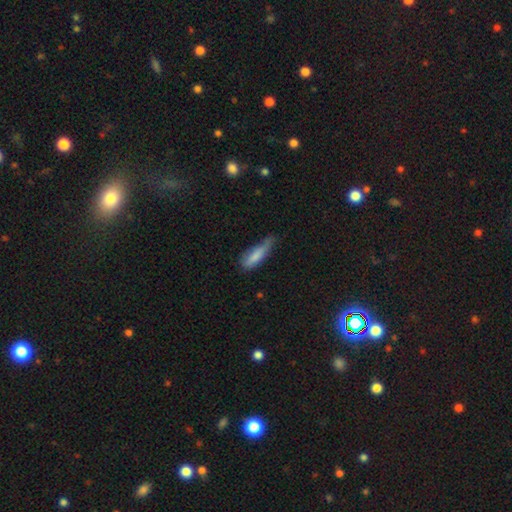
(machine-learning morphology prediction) smooth-or-featured: smooth: 77% | featured or disk: 17% | star or artifact: 7%
  how-rounded: cigar-shaped: 56% | in between: 42% | round: 2%
  merging: minor disturbance: 45% | none: 36% | major disturbance: 16% | merger: 3%